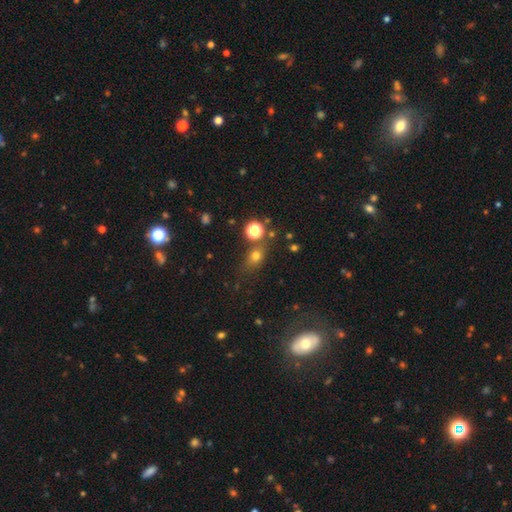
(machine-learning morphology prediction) Smooth or featured?
  - smooth: 70% *
  - star or artifact: 20%
  - featured or disk: 10%
How rounded?
  - round: 50% *
  - in between: 46%
  - cigar-shaped: 4%
Merging?
  - none: 67% *
  - minor disturbance: 16%
  - merger: 11%
  - major disturbance: 7%